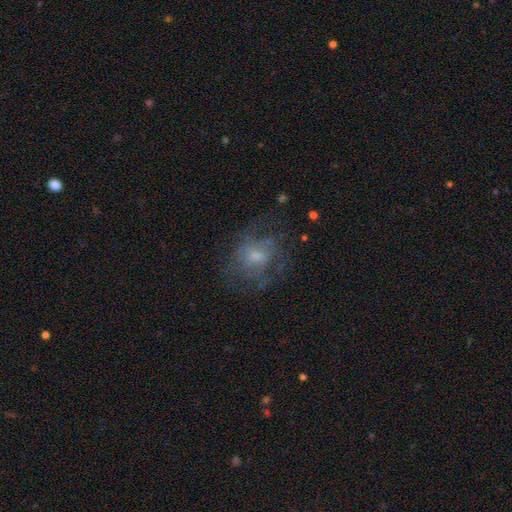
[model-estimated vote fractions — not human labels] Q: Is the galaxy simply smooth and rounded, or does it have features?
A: featured or disk — 56%.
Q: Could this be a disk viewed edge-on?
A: no — 97%.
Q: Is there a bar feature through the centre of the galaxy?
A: no — 65%.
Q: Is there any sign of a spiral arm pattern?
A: yes — 51%.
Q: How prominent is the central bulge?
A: small — 53%.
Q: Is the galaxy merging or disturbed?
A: none — 54%.